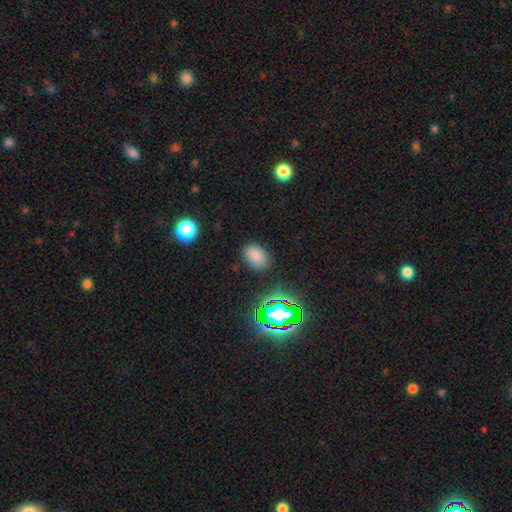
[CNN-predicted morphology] Smooth or featured? smooth (77%)
How rounded? in between (79%)
Merging? none (83%)